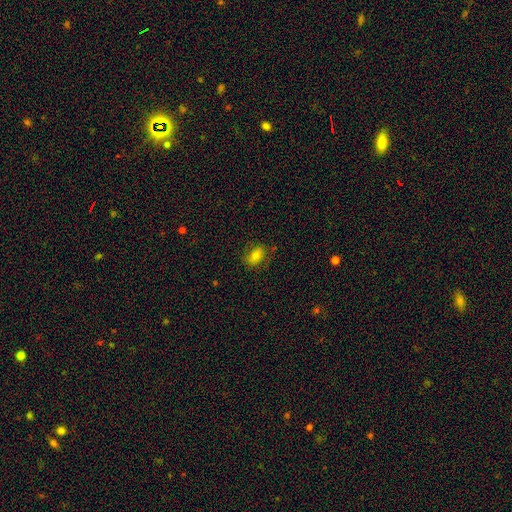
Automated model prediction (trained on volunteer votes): Smooth or featured? smooth (72%)
How rounded? in between (77%)
Merging? none (74%)